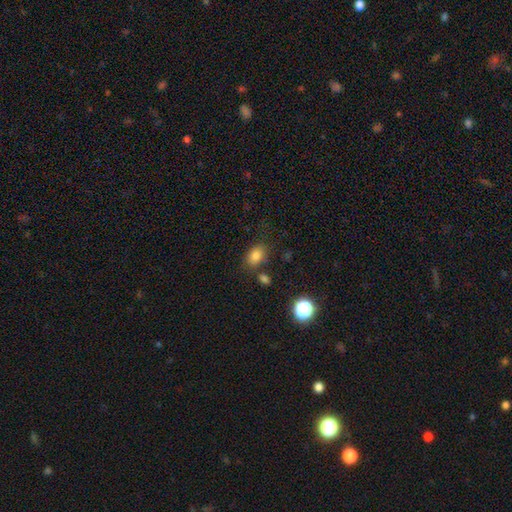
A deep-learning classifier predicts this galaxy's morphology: Smooth or featured: smooth — 81% (star or artifact — 12%)
How rounded: in between — 80% (round — 19%)
Merging: none — 72% (minor disturbance — 15%)